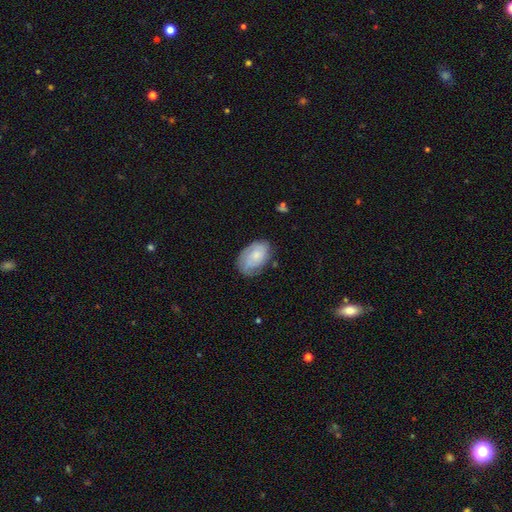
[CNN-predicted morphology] type=smooth (52%); roundness=in between (88%); merging=none (67%).